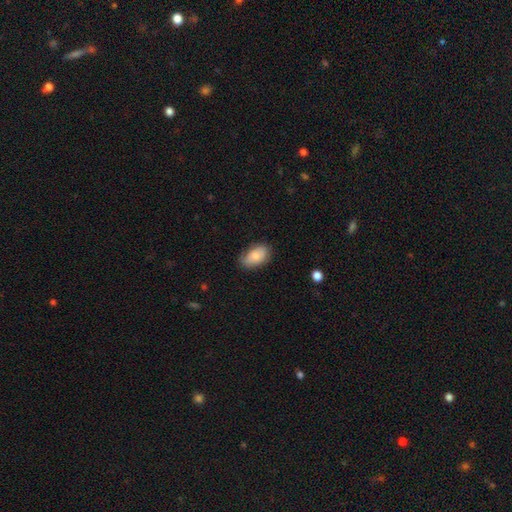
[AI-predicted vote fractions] smooth_or_featured: smooth (p=0.75) [alt: featured or disk p=0.18]
how_rounded: in between (p=0.91) [alt: round p=0.07]
merging: none (p=0.73) [alt: minor disturbance p=0.22]